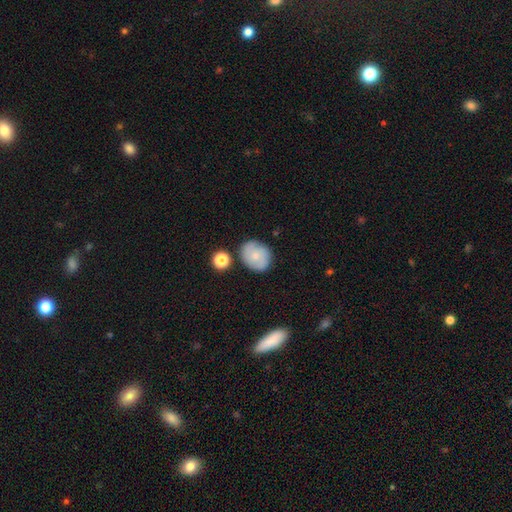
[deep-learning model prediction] Morphology: type=smooth (64%); roundness=round (67%); merging=none (75%).